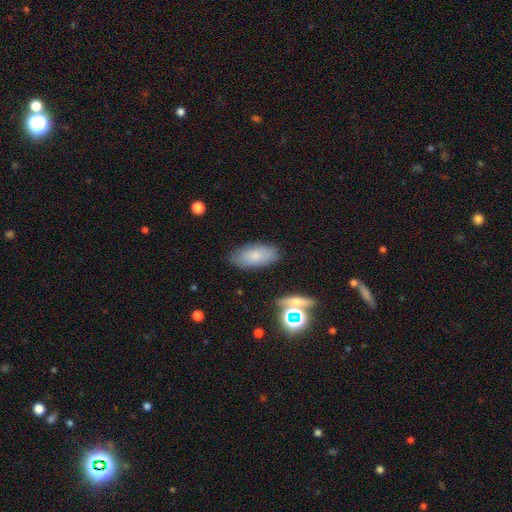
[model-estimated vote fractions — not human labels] smooth 76%, featured or disk 14%, star or artifact 10%. Down the decision tree: how rounded — in between (90%); merging — none (84%).